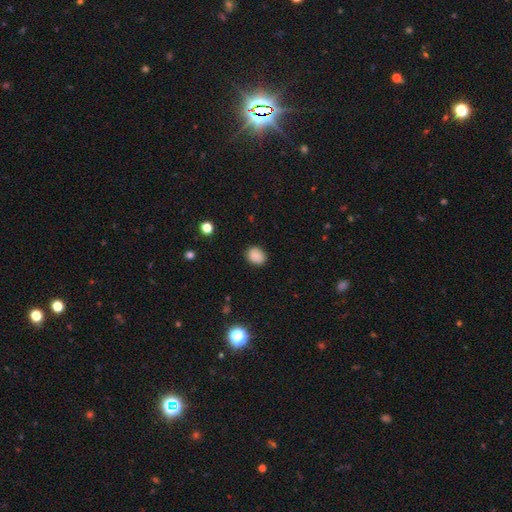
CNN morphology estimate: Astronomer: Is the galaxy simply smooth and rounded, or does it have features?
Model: smooth — 84%.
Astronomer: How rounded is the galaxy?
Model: in between — 57% (runner-up: round, 42%).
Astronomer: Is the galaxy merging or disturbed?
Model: none — 84%.